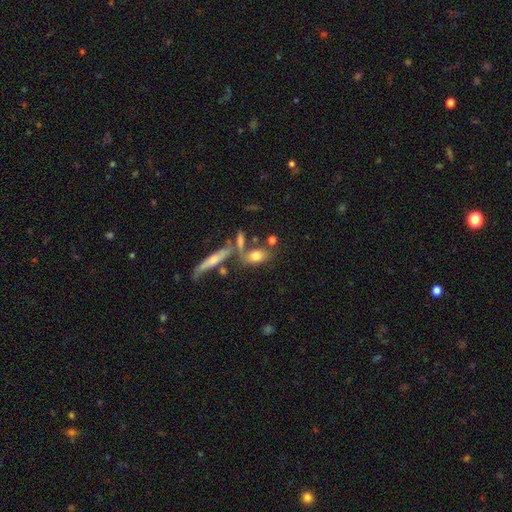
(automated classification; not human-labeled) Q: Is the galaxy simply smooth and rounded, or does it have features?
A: smooth — 71%.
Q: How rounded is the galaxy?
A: in between — 73%.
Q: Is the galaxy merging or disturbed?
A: none — 49%.